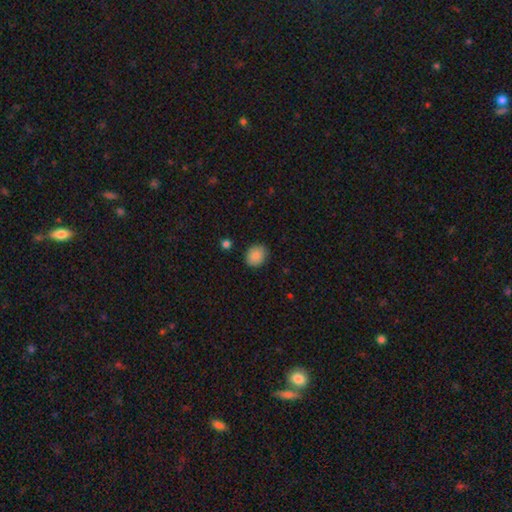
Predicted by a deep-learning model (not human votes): Smooth or featured?
  - smooth: 86% *
  - star or artifact: 8%
  - featured or disk: 6%
How rounded?
  - round: 66% *
  - in between: 34%
  - cigar-shaped: 1%
Merging?
  - none: 85% *
  - minor disturbance: 11%
  - major disturbance: 2%
  - merger: 1%